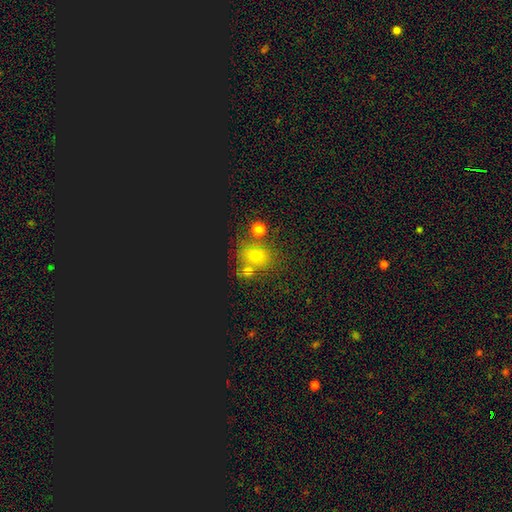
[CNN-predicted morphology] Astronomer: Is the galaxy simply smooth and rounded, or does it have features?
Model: smooth — 55% (runner-up: star or artifact, 32%).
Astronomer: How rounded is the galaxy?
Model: round — 76%.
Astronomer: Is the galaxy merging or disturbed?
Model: none — 63%.